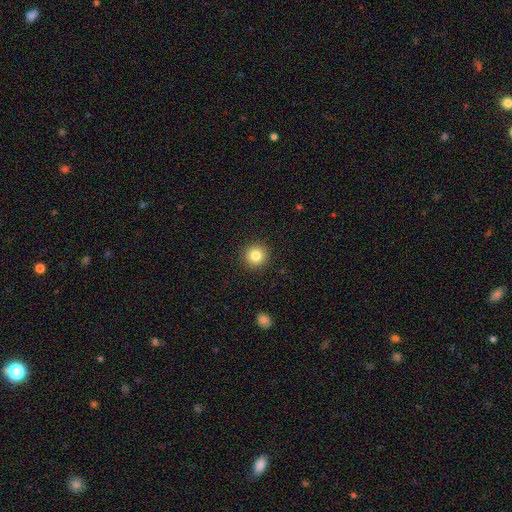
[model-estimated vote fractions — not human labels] A smooth galaxy with no disk features (83%) that is round (94%). Merging: none (92%).